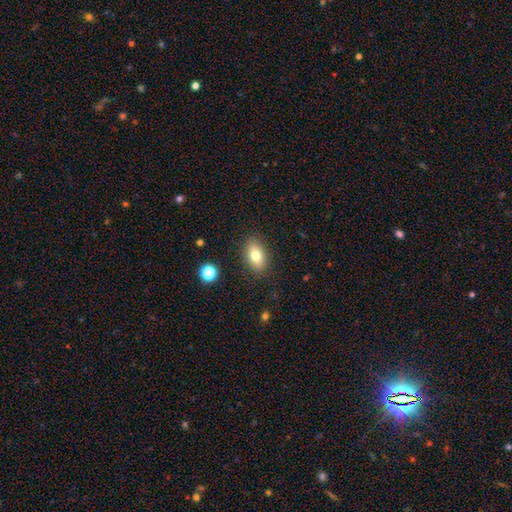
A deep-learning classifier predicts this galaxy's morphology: This is likely a smooth galaxy (76%). How rounded: clearly in between (86%). Merging: clearly none (87%).